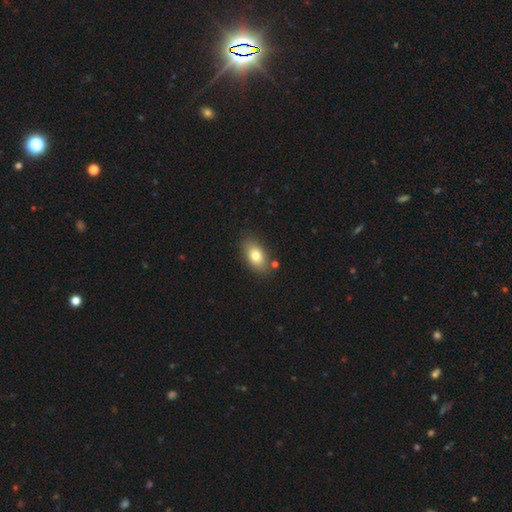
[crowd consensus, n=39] Morphology: type=smooth (77%); roundness=in between (93%); merging=none (83%).